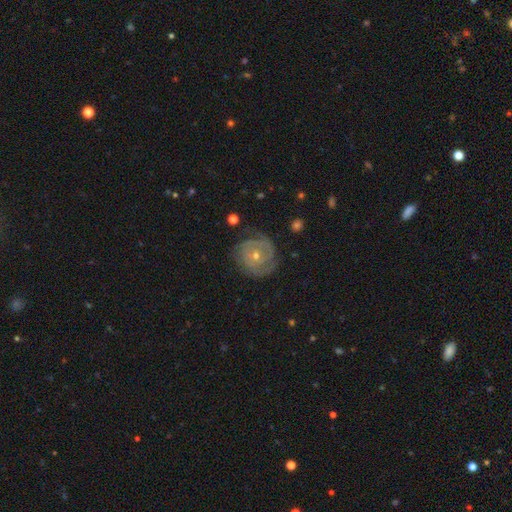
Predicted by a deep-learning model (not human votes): A featured or disk galaxy (76%) with no bar (78%), tight (74%) spiral arms (88%) and a small central bulge (61%).

Vote fractions:
- Smooth or featured? featured or disk: 76% / smooth: 16% / star or artifact: 8%
- Edge-on disk? no: 97% / yes: 3%
- Bar? no: 78% / weak: 18% / strong: 4%
- Spiral arms? yes: 88% / no: 12%
- Spiral winding? tight: 74% / medium: 21% / loose: 6%
- Spiral arm count? can't tell: 37% / 2: 32% / 3: 15% / 1: 6% / 4: 6% / more than 4: 5%
- Bulge size? small: 61% / moderate: 36% / large: 1% / none: 1% / dominant: 1%
- Merging? none: 77% / minor disturbance: 16% / major disturbance: 6% / merger: 1%